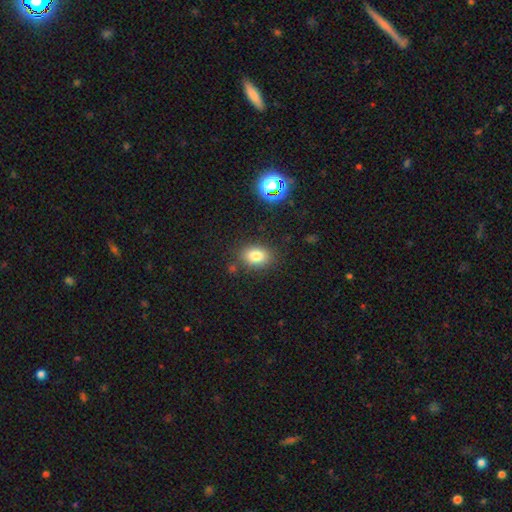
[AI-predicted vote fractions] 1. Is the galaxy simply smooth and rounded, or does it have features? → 80% smooth, 12% star or artifact, 8% featured or disk.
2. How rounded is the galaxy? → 75% in between, 23% round, 1% cigar-shaped.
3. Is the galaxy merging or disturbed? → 81% none, 12% minor disturbance, 4% major disturbance, 3% merger.